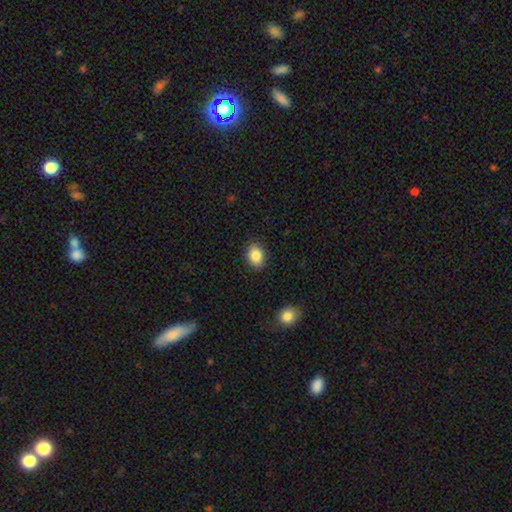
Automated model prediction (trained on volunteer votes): This appears to be a smooth galaxy with no disk features (86%) that is in between round and cigar-shaped (75%). Merging: none (88%).